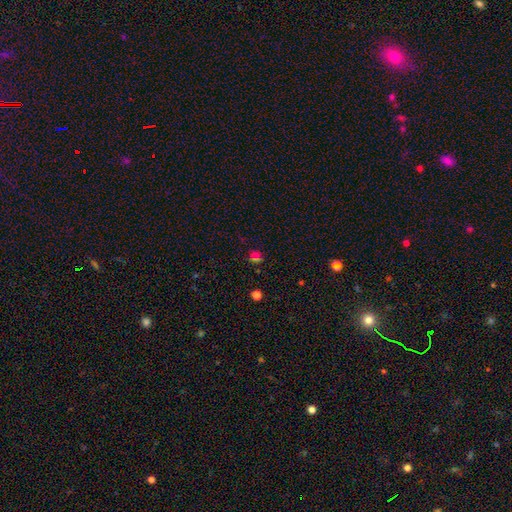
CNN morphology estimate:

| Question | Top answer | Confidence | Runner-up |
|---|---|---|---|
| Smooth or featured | smooth | 50% | star or artifact (41%) |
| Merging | none | 70% | minor disturbance (13%) |